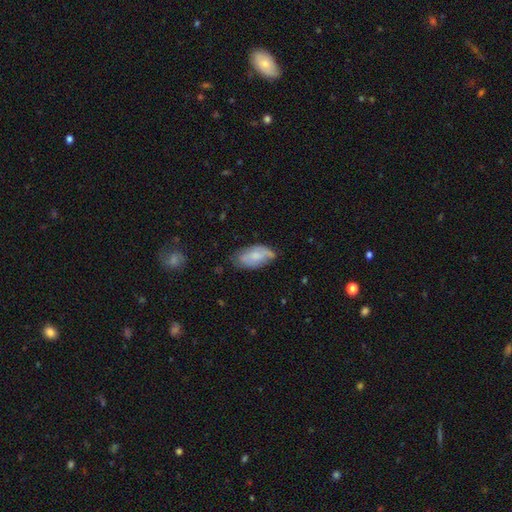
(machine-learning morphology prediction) smooth-or-featured: smooth: 63% | featured or disk: 30% | star or artifact: 7%
  how-rounded: in between: 93% | cigar-shaped: 5% | round: 3%
  merging: none: 60% | minor disturbance: 30% | major disturbance: 7% | merger: 2%